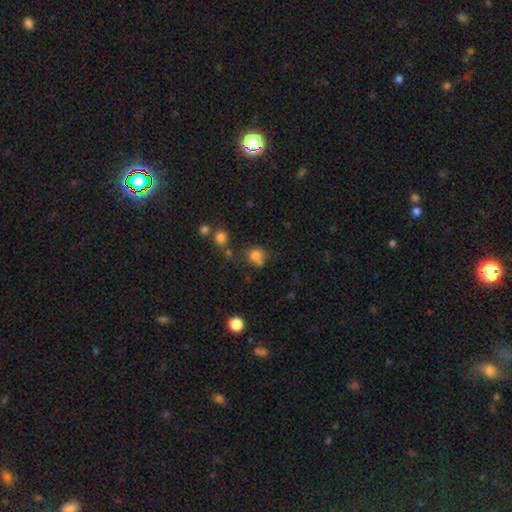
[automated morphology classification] Smooth or featured?
  - smooth: 77% *
  - star or artifact: 14%
  - featured or disk: 9%
How rounded?
  - round: 75% *
  - in between: 24%
  - cigar-shaped: 1%
Merging?
  - none: 55% *
  - merger: 19%
  - minor disturbance: 19%
  - major disturbance: 7%